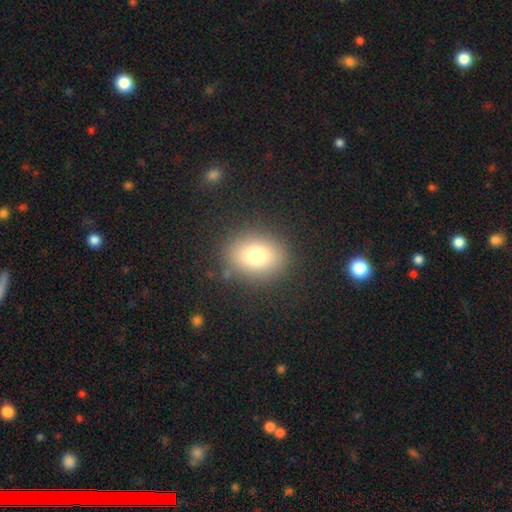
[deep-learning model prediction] A smooth galaxy with no disk features (76%) that is in between round and cigar-shaped (53%). Merging: none (85%).